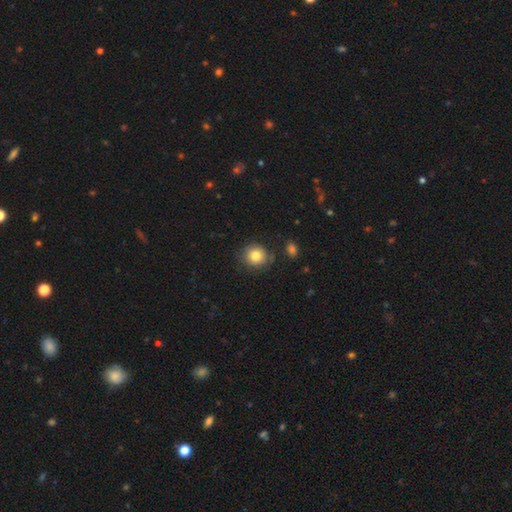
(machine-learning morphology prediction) smooth-or-featured: smooth: 82% | featured or disk: 9% | star or artifact: 9%
  how-rounded: round: 84% | in between: 15% | cigar-shaped: 1%
  merging: none: 78% | minor disturbance: 14% | major disturbance: 4% | merger: 3%